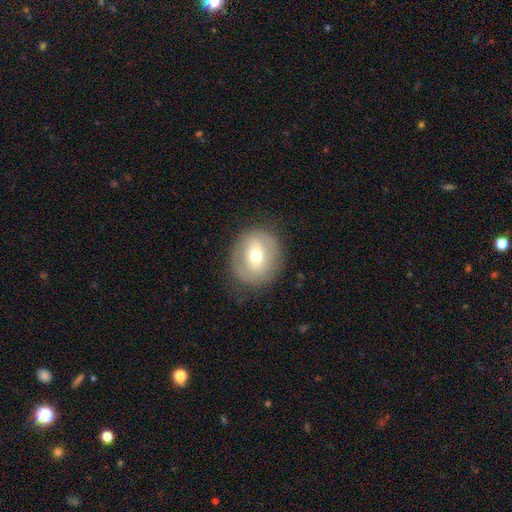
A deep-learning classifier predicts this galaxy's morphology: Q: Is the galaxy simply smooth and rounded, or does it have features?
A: smooth — 50%.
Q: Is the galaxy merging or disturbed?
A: none — 81%.